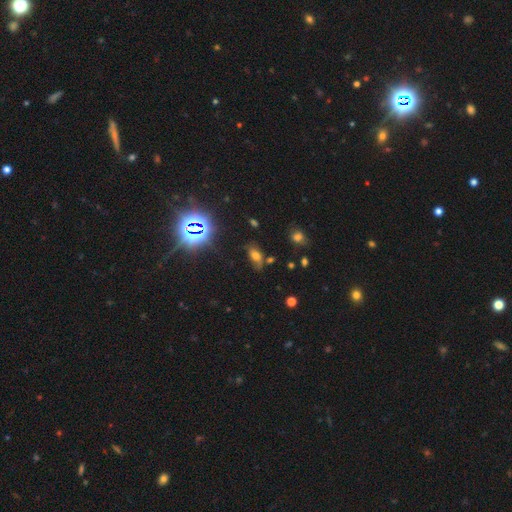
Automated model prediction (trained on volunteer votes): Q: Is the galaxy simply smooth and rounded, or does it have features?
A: smooth — 54%.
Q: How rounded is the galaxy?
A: in between — 84%.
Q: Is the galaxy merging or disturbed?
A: none — 56%.